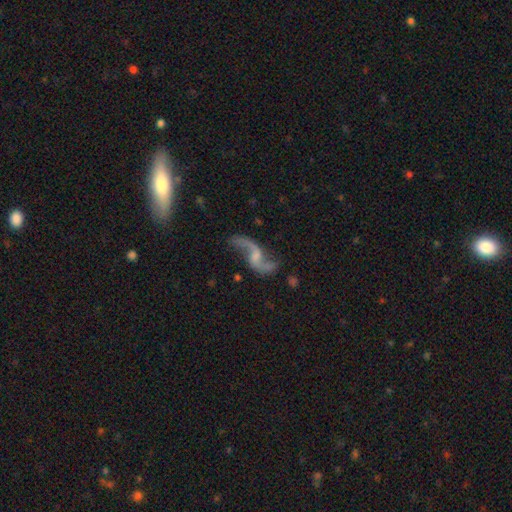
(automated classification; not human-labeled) Smooth or featured? Predicted: featured or disk (p=0.88). Edge-on disk? Predicted: no (p=0.95). Bar? Predicted: no (p=0.47). Spiral arms? Predicted: yes (p=0.95). Spiral winding? Predicted: loose (p=0.90). Spiral arm count? Predicted: 2 (p=0.93). Bulge size? Predicted: small (p=0.41). Merging? Predicted: none (p=0.69).